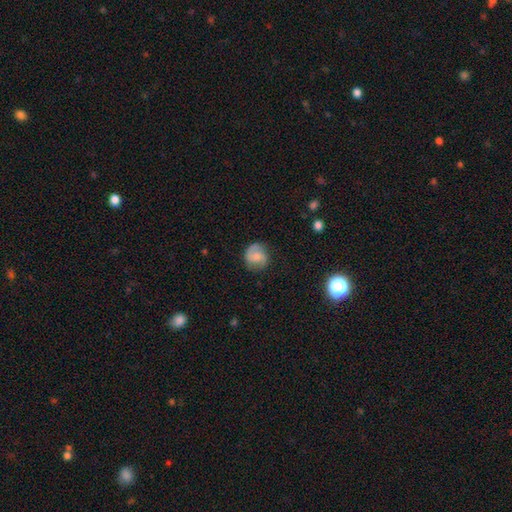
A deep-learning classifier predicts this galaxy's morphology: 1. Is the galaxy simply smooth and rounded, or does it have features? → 55% featured or disk, 37% smooth, 8% star or artifact.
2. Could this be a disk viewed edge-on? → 98% no, 2% yes.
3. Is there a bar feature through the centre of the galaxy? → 53% no, 39% weak, 7% strong.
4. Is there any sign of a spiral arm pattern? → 90% yes, 10% no.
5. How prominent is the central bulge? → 42% moderate, 41% small, 12% none, 4% large, 1% dominant.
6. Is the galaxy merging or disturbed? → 75% none, 18% minor disturbance, 6% major disturbance, 1% merger.